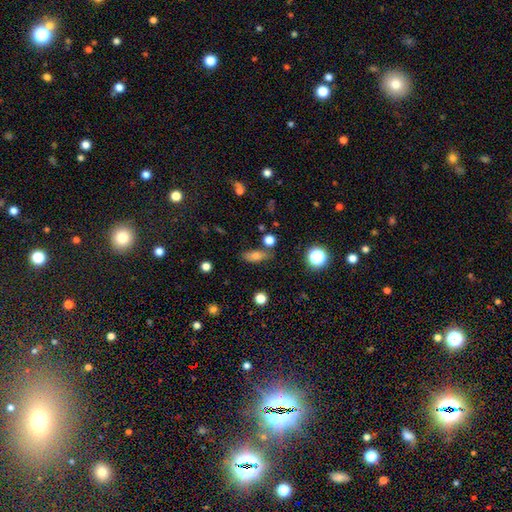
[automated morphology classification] Smooth or featured? smooth (70%)
How rounded? in between (66%)
Merging? none (72%)